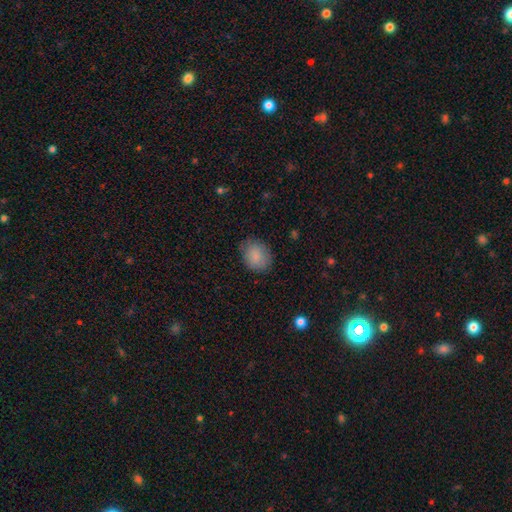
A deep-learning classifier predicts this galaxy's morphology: A smooth galaxy with no disk features (86%) that is in between round and cigar-shaped (50%, tied with round). Merging: none (79%).